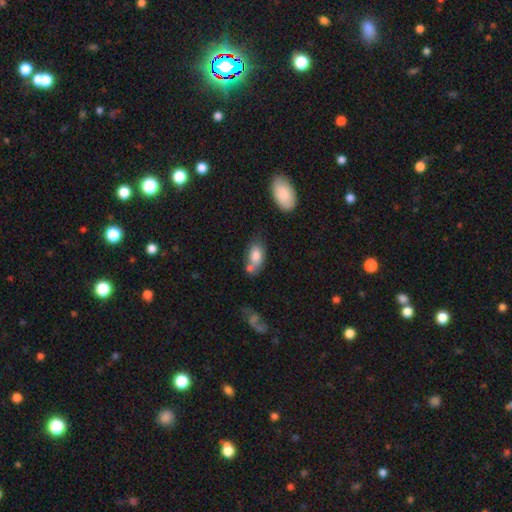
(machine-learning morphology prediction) Overall: smooth (80%). How rounded: in between (90%). Merging: none (43%; merger 30%).